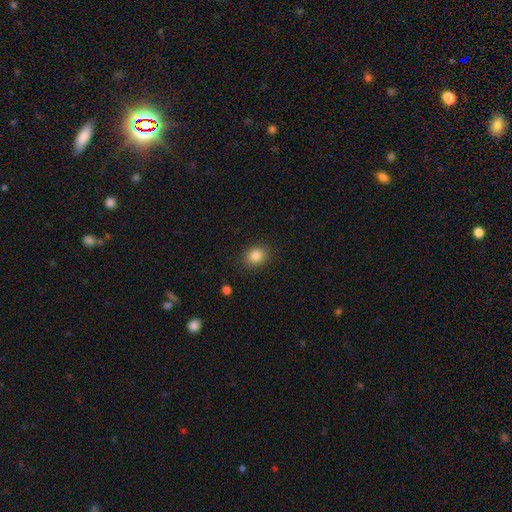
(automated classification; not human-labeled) Q: Smooth or featured?
A: smooth (84%); runner-up: star or artifact (10%)
Q: How rounded?
A: round (58%); runner-up: in between (41%)
Q: Merging?
A: none (88%); runner-up: minor disturbance (8%)